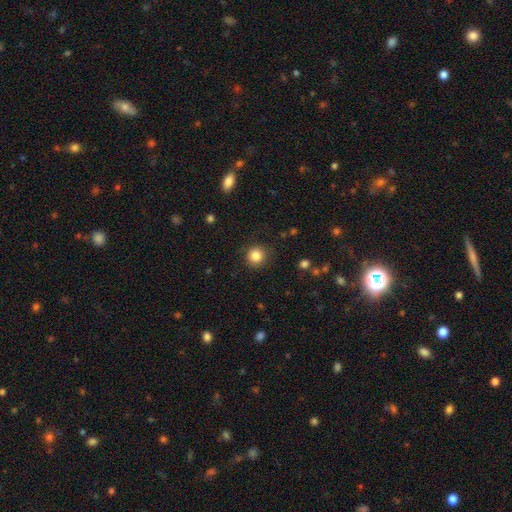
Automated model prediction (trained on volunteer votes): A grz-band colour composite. It shows a smooth galaxy with no disk features (84%) that is round (93%). Merging: none (88%).